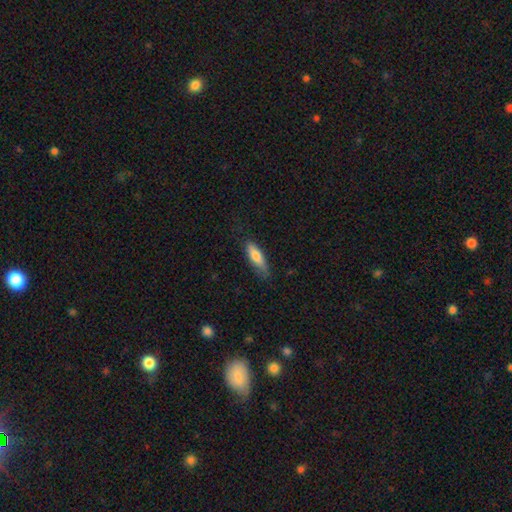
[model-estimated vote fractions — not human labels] smooth-or-featured: smooth: 75% | featured or disk: 19% | star or artifact: 6%
  how-rounded: cigar-shaped: 51% | in between: 48% | round: 2%
  merging: none: 71% | minor disturbance: 23% | major disturbance: 5% | merger: 1%